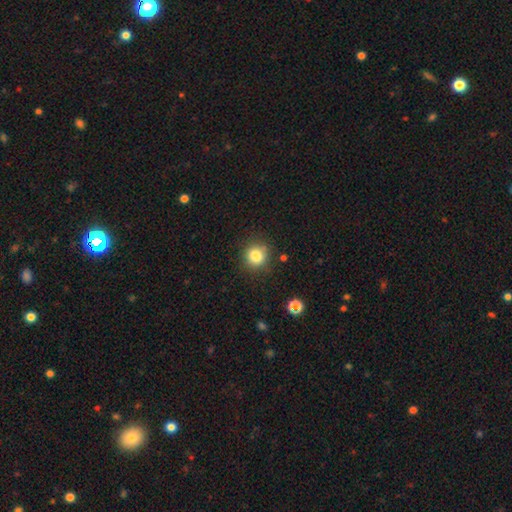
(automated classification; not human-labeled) Smooth or featured? smooth (83%)
How rounded? round (86%)
Merging? none (82%)